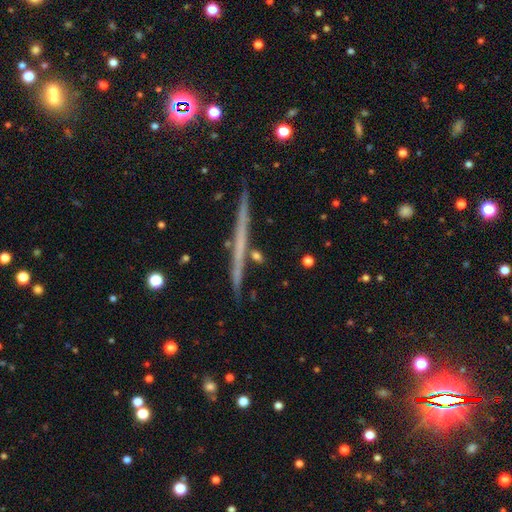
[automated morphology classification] A featured or disk galaxy (58%) viewed edge-on (96%) with no central bulge (88%).

Vote fractions:
- Smooth or featured? featured or disk: 58% / smooth: 34% / star or artifact: 8%
- Edge-on disk? yes: 96% / no: 4%
- Edge-on bulge? none: 88% / rounded: 8% / boxy: 3%
- Merging? none: 84% / minor disturbance: 10% / merger: 4% / major disturbance: 2%